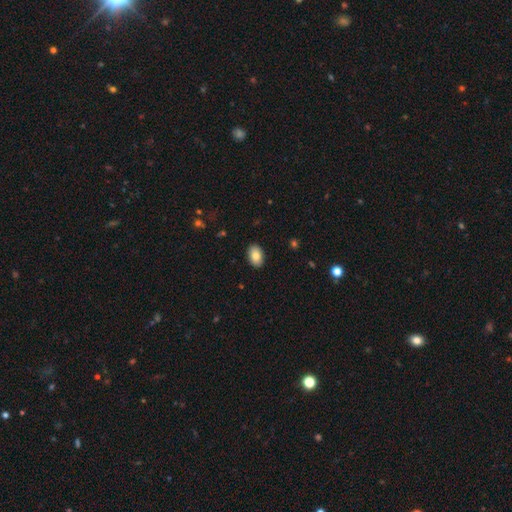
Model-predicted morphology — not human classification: smooth_or_featured: smooth (p=0.83) [alt: featured or disk p=0.10]
how_rounded: in between (p=0.90) [alt: round p=0.09]
merging: none (p=0.90) [alt: minor disturbance p=0.07]